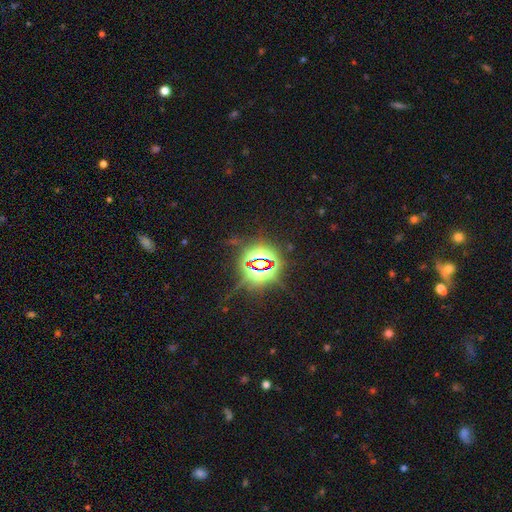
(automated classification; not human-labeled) Smooth or featured? star or artifact (83%)